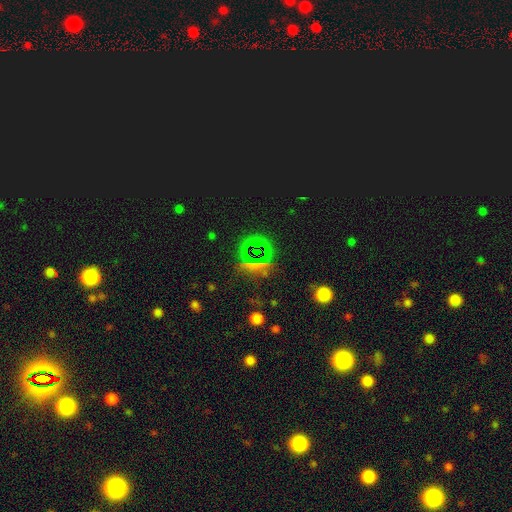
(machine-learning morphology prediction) Smooth or featured? Predicted: star or artifact (p=0.74).